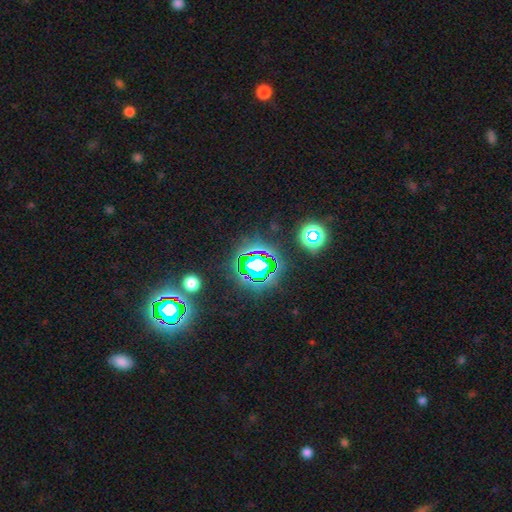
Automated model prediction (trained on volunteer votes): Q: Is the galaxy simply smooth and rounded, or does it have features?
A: star or artifact — 82%.